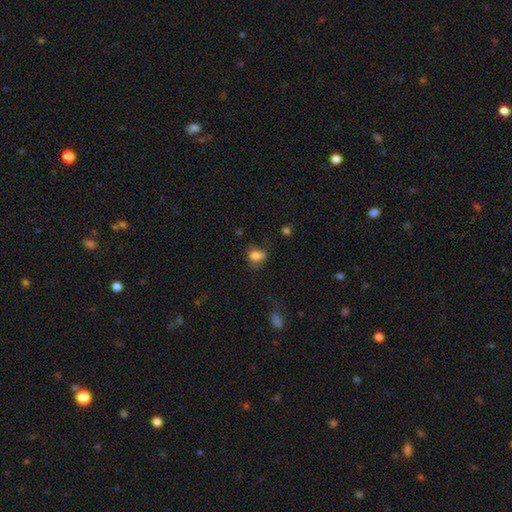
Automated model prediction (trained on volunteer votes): Morphology: type=smooth (80%); roundness=in between (51%); merging=none (57%).